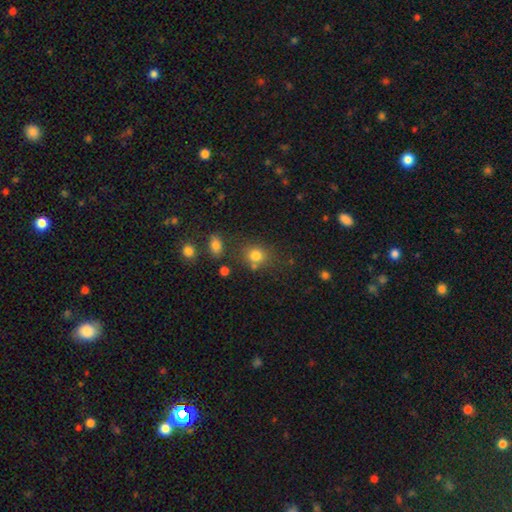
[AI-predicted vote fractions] smooth_or_featured: smooth (p=0.79) [alt: star or artifact p=0.13]
how_rounded: round (p=0.72) [alt: in between p=0.27]
merging: none (p=0.67) [alt: minor disturbance p=0.14]